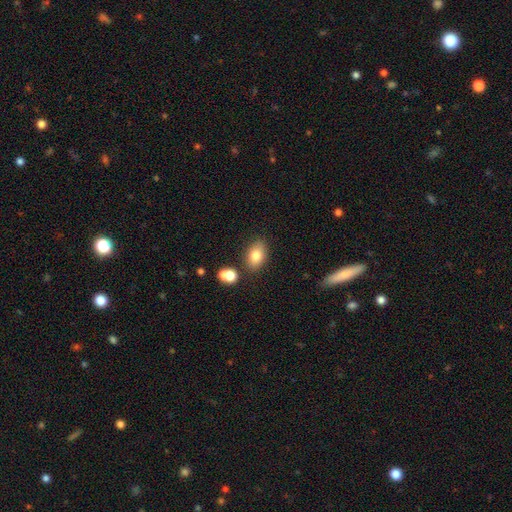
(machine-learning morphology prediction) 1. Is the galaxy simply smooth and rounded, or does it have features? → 79% smooth, 12% featured or disk, 9% star or artifact.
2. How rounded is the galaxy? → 84% in between, 14% round, 2% cigar-shaped.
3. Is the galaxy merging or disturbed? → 78% none, 11% minor disturbance, 7% merger, 3% major disturbance.